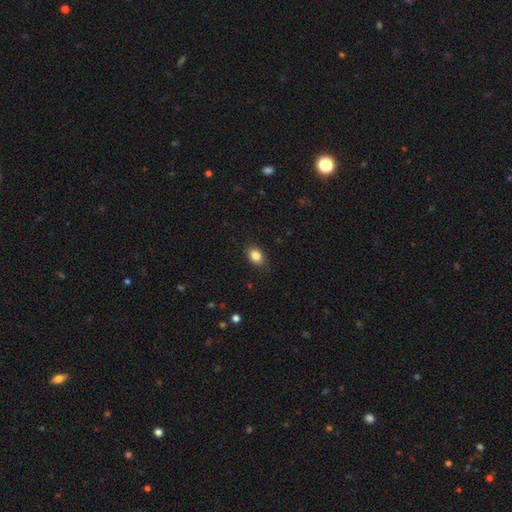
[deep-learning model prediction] Smooth or featured?
  - smooth: 85% *
  - star or artifact: 9%
  - featured or disk: 6%
How rounded?
  - in between: 75% *
  - round: 23%
  - cigar-shaped: 1%
Merging?
  - none: 86% *
  - minor disturbance: 11%
  - major disturbance: 2%
  - merger: 1%